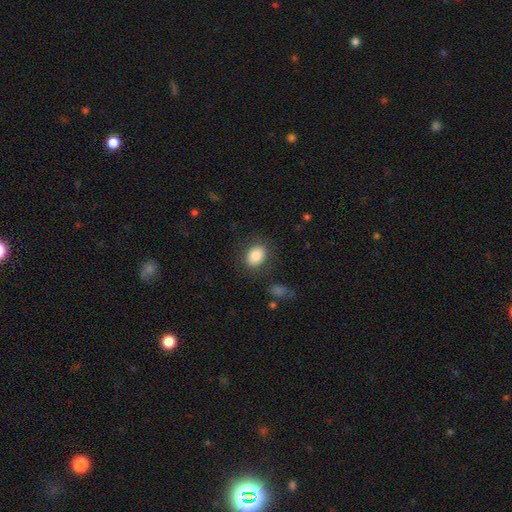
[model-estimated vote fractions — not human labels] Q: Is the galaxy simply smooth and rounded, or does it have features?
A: smooth — 83%.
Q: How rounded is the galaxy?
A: in between — 69%.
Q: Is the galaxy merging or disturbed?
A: none — 83%.